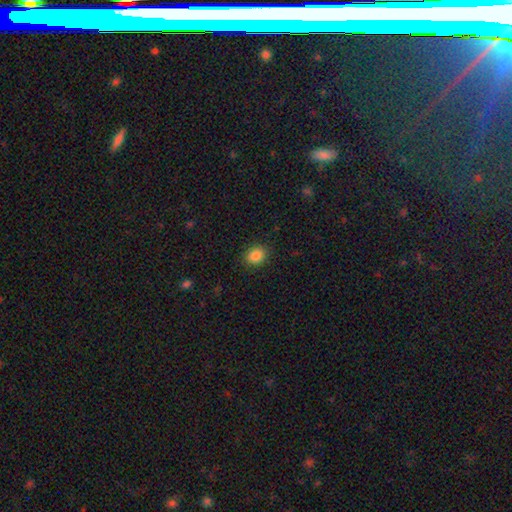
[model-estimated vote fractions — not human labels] Smooth or featured? smooth (87%)
How rounded? round (54%)
Merging? none (89%)